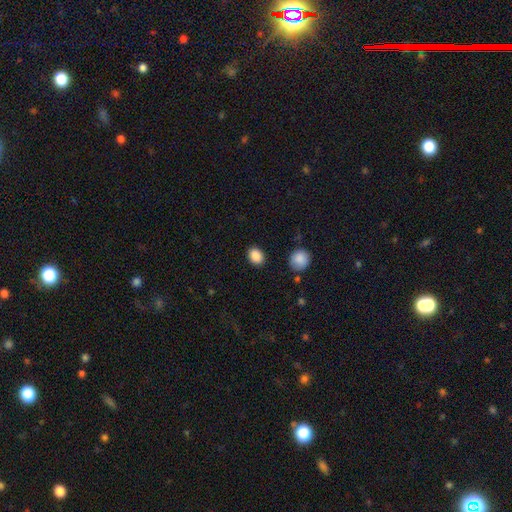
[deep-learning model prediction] Smooth or featured?
  - smooth: 88% *
  - star or artifact: 9%
  - featured or disk: 3%
How rounded?
  - in between: 61% *
  - round: 38%
  - cigar-shaped: 1%
Merging?
  - none: 88% *
  - minor disturbance: 8%
  - major disturbance: 2%
  - merger: 2%